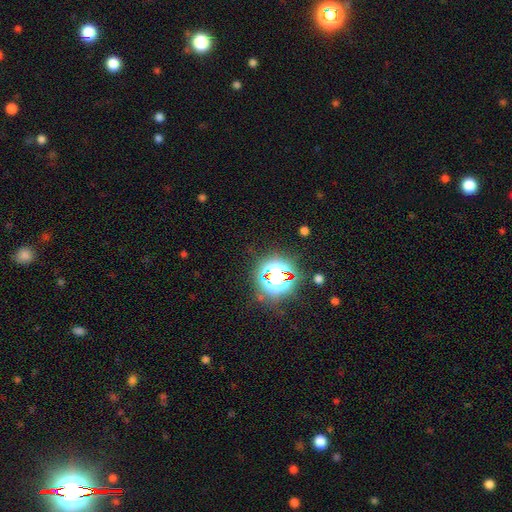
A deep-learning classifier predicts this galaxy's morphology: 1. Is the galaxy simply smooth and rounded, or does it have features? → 83% star or artifact, 11% smooth, 6% featured or disk.